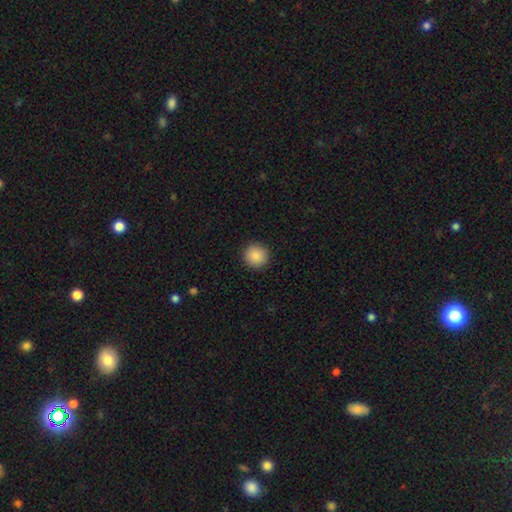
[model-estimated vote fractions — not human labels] Morphology: type=smooth (88%); roundness=round (94%); merging=none (93%).